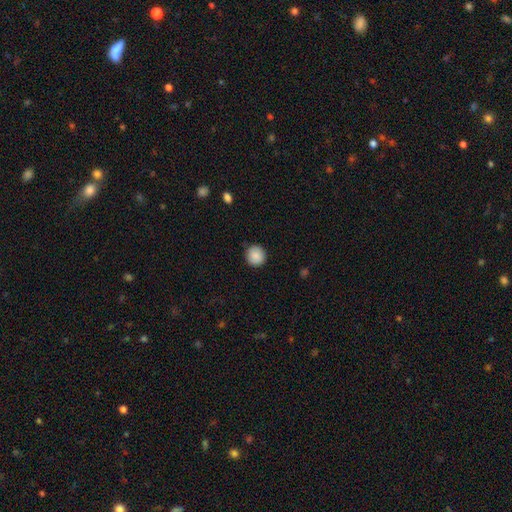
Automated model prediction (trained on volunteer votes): Overall: smooth (88%). How rounded: round (93%). Merging: none (88%).